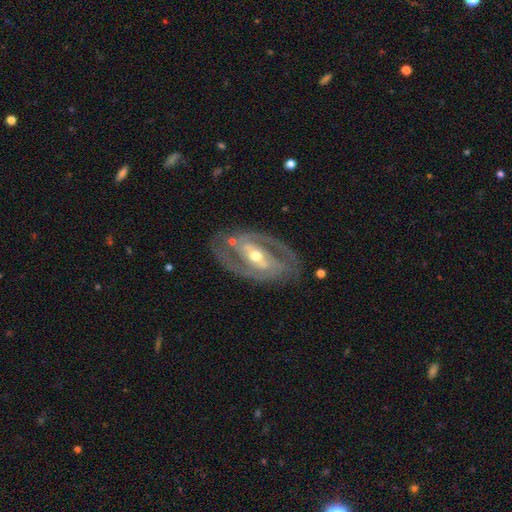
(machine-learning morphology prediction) Smooth or featured?
  - featured or disk: 89% *
  - smooth: 6%
  - star or artifact: 5%
Edge-on disk?
  - no: 95% *
  - yes: 5%
Bar?
  - strong: 48% *
  - weak: 32%
  - no: 20%
Spiral arms?
  - yes: 92% *
  - no: 8%
Spiral winding?
  - tight: 47% *
  - medium: 43%
  - loose: 10%
Spiral arm count?
  - 2: 86% *
  - can't tell: 6%
  - 3: 4%
  - 1: 2%
  - 4: 1%
  - more than 4: 1%
Bulge size?
  - moderate: 60% *
  - small: 35%
  - large: 3%
  - none: 1%
  - dominant: 1%
Merging?
  - none: 79% *
  - minor disturbance: 13%
  - major disturbance: 5%
  - merger: 2%